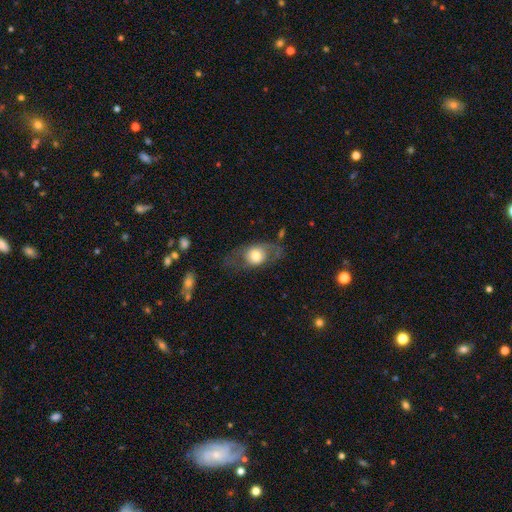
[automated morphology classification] type=smooth (54%); roundness=in between (50%); merging=none (57%).